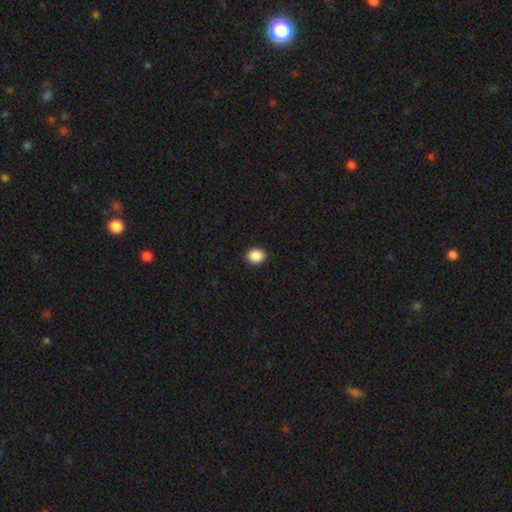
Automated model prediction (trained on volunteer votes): Morphology: type=smooth (89%); roundness=round (56%); merging=none (92%).